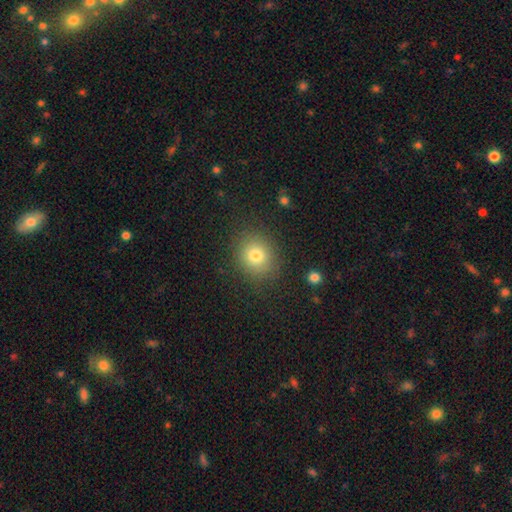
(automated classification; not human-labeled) This appears to be a smooth galaxy with no disk features (77%) that is round (77%). Merging: none (85%).